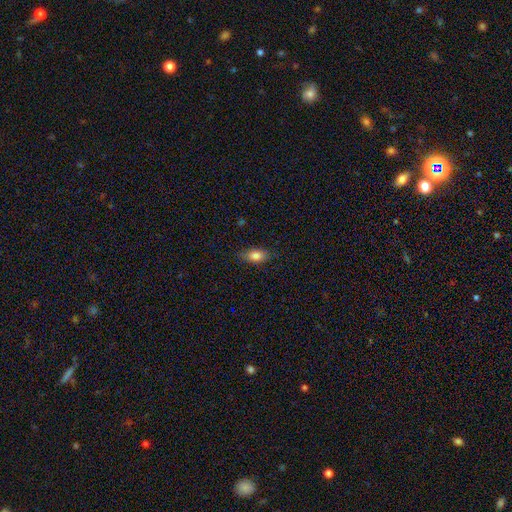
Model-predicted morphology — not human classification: This appears to be a smooth galaxy with no disk features (82%) that is in between round and cigar-shaped (86%). Merging: none (84%).